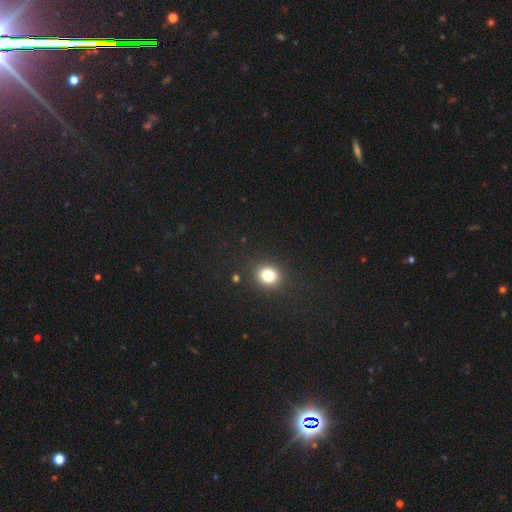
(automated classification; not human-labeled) Morphology: type=star or artifact (61%).